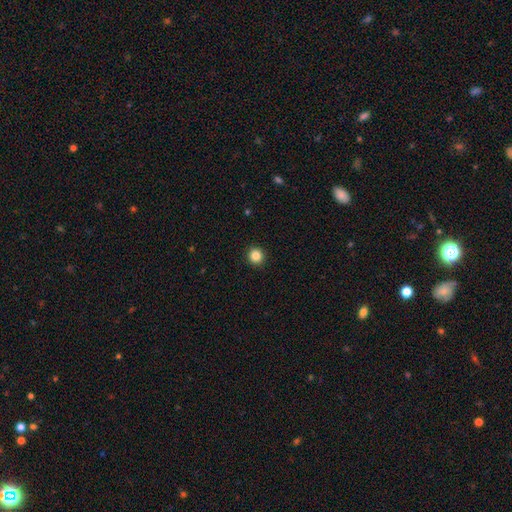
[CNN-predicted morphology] smooth_or_featured: smooth (p=0.85) [alt: star or artifact p=0.11]
how_rounded: round (p=0.94) [alt: in between p=0.05]
merging: none (p=0.93) [alt: minor disturbance p=0.04]